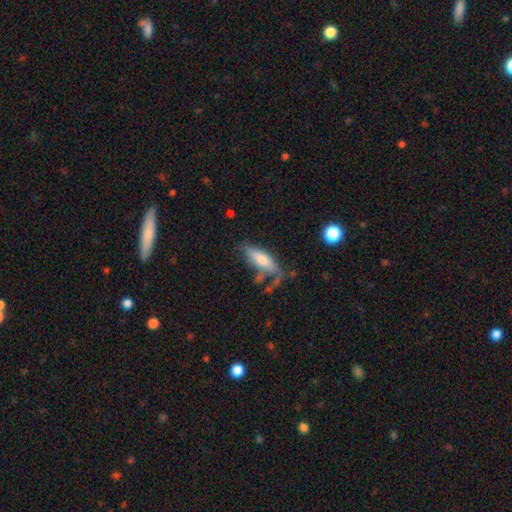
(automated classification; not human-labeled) Morphology: type=smooth (63%); roundness=cigar-shaped (51%); merging=none (53%).